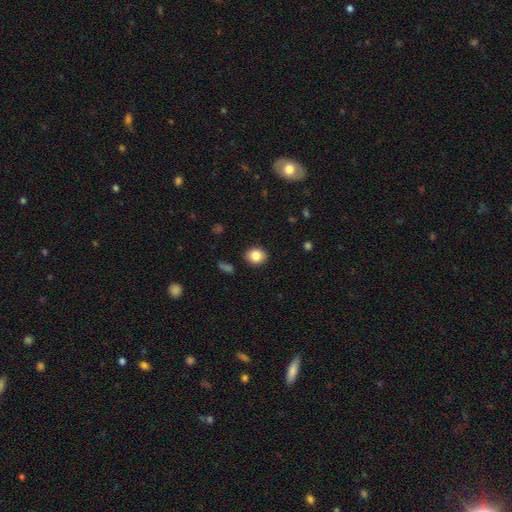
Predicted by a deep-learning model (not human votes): Smooth or featured?
  - smooth: 84% *
  - star or artifact: 9%
  - featured or disk: 6%
How rounded?
  - round: 66% *
  - in between: 33%
  - cigar-shaped: 1%
Merging?
  - none: 89% *
  - minor disturbance: 8%
  - major disturbance: 2%
  - merger: 1%